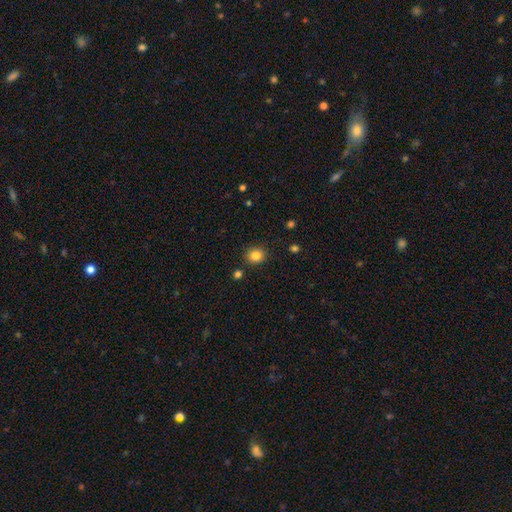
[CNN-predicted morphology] Smooth or featured: smooth — 84% (star or artifact — 11%)
How rounded: round — 77% (in between — 22%)
Merging: none — 88% (minor disturbance — 8%)